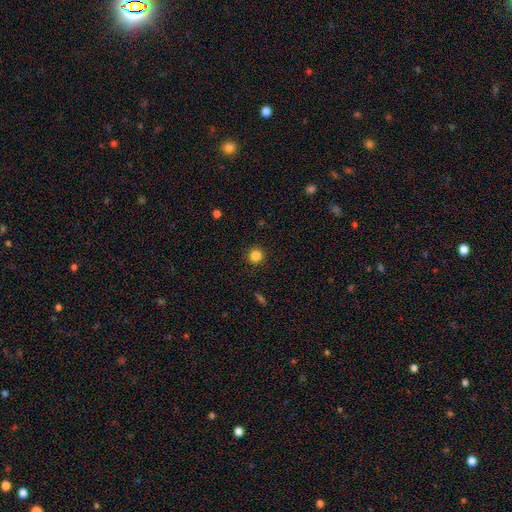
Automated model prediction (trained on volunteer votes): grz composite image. It shows a smooth galaxy with no disk features (84%) that is round (95%). Merging: none (92%).